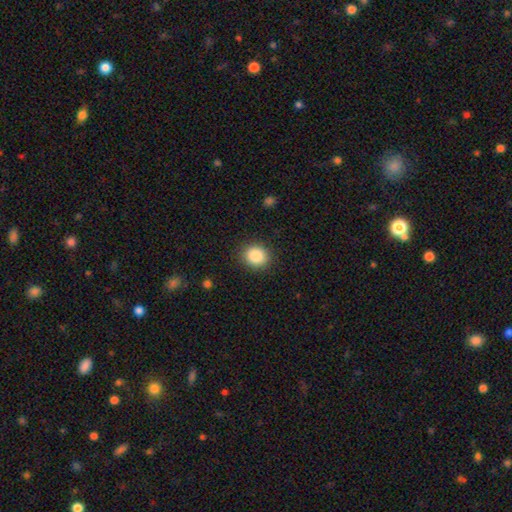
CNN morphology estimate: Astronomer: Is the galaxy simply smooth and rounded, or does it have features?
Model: smooth — 87%.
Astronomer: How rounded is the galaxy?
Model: round — 77%.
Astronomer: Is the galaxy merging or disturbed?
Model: none — 89%.